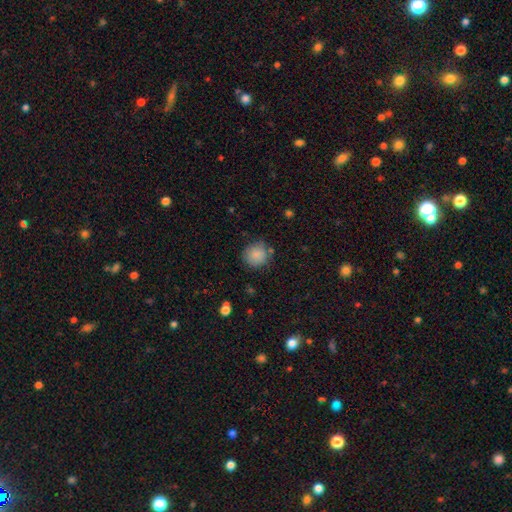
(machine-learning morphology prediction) Smooth or featured: smooth — 85% (star or artifact — 8%)
How rounded: round — 88% (in between — 11%)
Merging: none — 78% (minor disturbance — 14%)